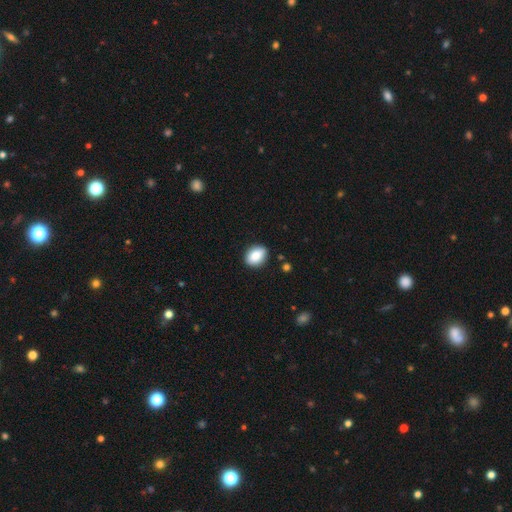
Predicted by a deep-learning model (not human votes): This appears to be a smooth galaxy with no disk features (86%) that is in between round and cigar-shaped (71%). Merging: none (86%).